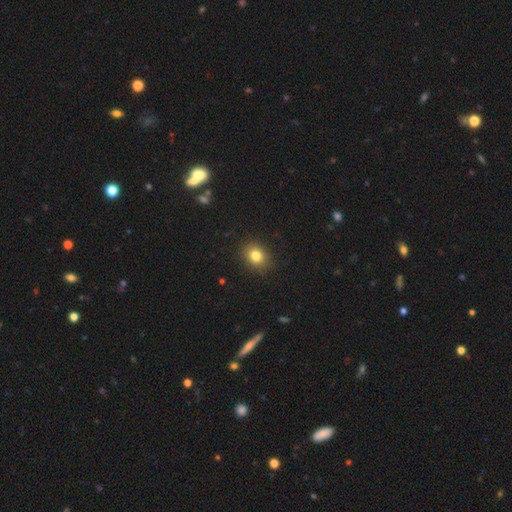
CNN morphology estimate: The model was most divided on "how rounded": round: 63%, in between: 36%, cigar-shaped: 1%. More confident: merging — none (89%); smooth or featured — smooth (82%).